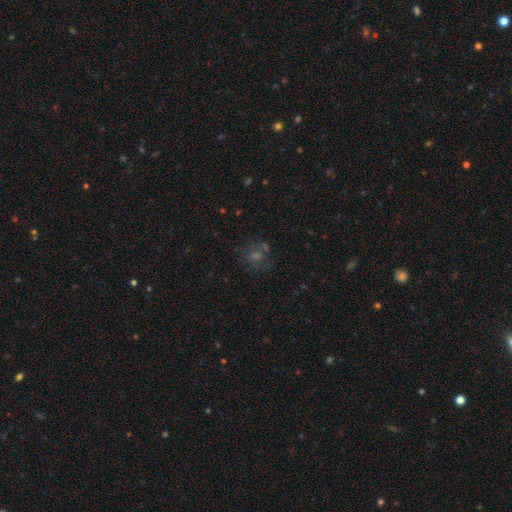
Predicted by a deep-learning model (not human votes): The model was most divided on "smooth or featured" (2-way tie): smooth: 34%, star or artifact: 34%, featured or disk: 32%. More confident: merging — none (65%).